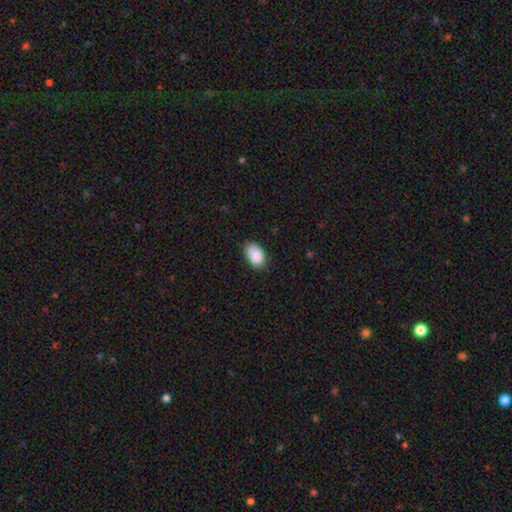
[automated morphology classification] Q: Smooth or featured?
A: smooth (88%); runner-up: star or artifact (8%)
Q: How rounded?
A: in between (91%); runner-up: round (8%)
Q: Merging?
A: none (71%); runner-up: minor disturbance (23%)